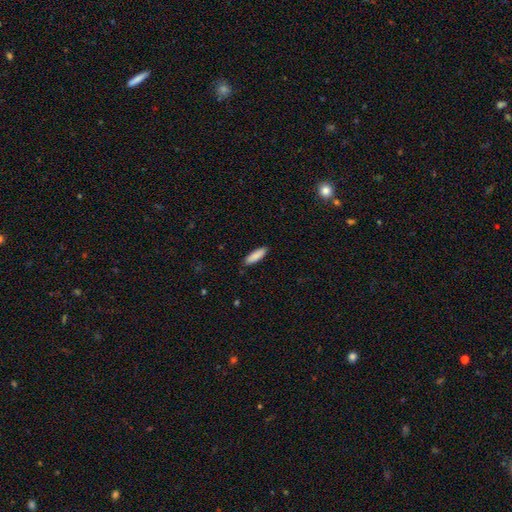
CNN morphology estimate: The model was most divided on "how rounded": cigar-shaped: 55%, in between: 44%, round: 1%. More confident: smooth or featured — smooth (88%); merging — none (88%).